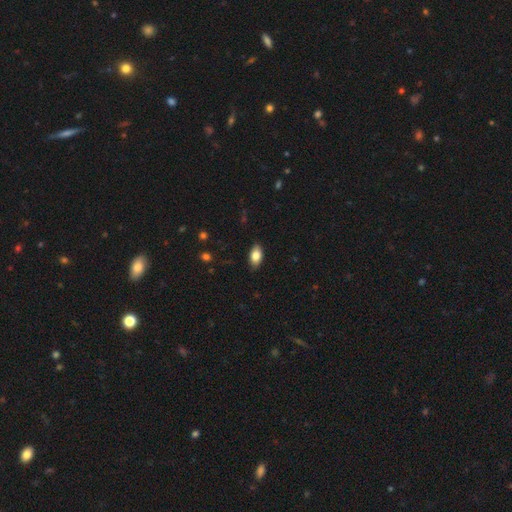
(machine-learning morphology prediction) This appears to be a smooth galaxy with no disk features (82%) that is in between round and cigar-shaped (92%). Merging: none (85%).